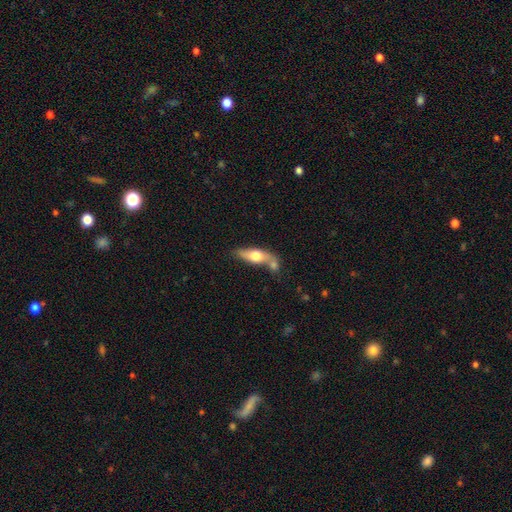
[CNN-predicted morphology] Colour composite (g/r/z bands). It shows a smooth galaxy with no disk features (58%) that is in between round and cigar-shaped (60%). Merging: none (41%).